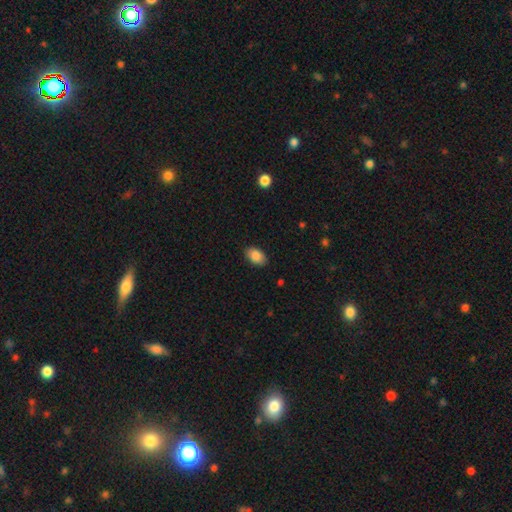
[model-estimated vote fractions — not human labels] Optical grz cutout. It shows a smooth galaxy with no disk features (88%) that is in between round and cigar-shaped (90%). Merging: none (87%).